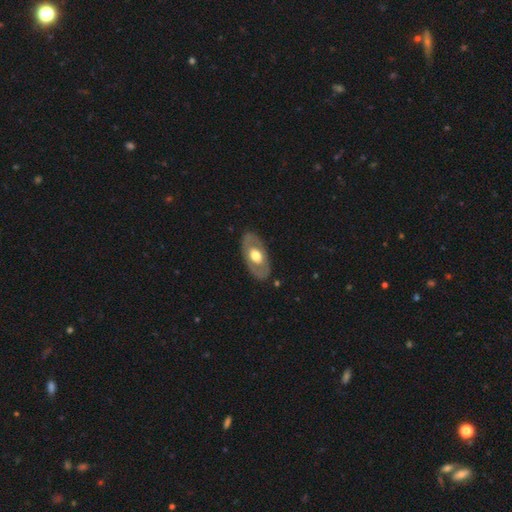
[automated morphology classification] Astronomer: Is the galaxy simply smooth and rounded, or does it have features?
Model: featured or disk — 52% (runner-up: smooth, 43%).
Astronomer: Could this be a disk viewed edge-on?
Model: no — 86%.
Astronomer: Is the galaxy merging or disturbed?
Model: none — 83%.